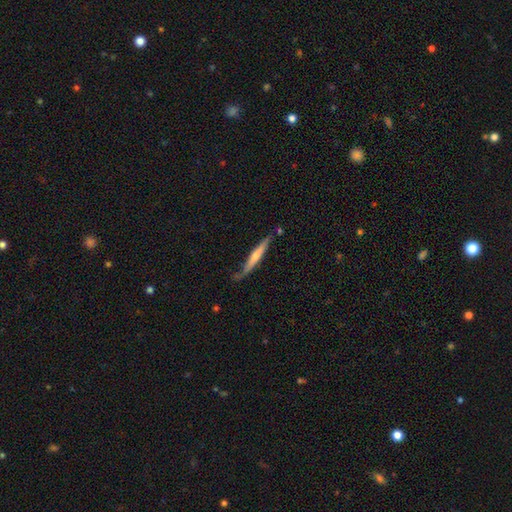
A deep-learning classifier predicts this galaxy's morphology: Smooth or featured? Predicted: smooth (p=0.48). Merging? Predicted: none (p=0.64).